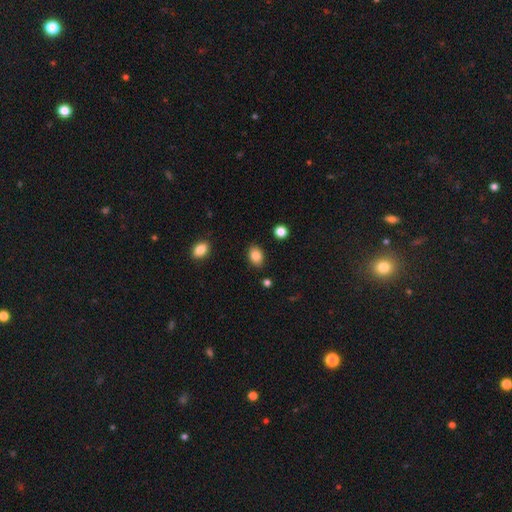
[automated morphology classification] smooth 85%, star or artifact 9%, featured or disk 6%. Down the decision tree: how rounded — in between (79%); merging — none (86%).